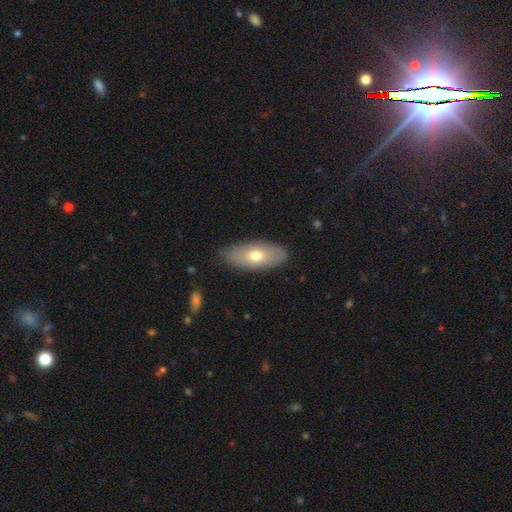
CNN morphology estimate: Smooth or featured? smooth (66%)
How rounded? in between (86%)
Merging? none (82%)